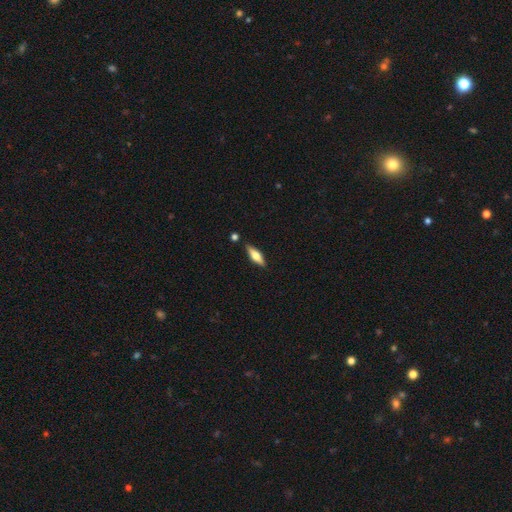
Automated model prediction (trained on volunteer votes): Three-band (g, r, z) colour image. It shows a smooth galaxy with no disk features (48%). Merging: none (86%).